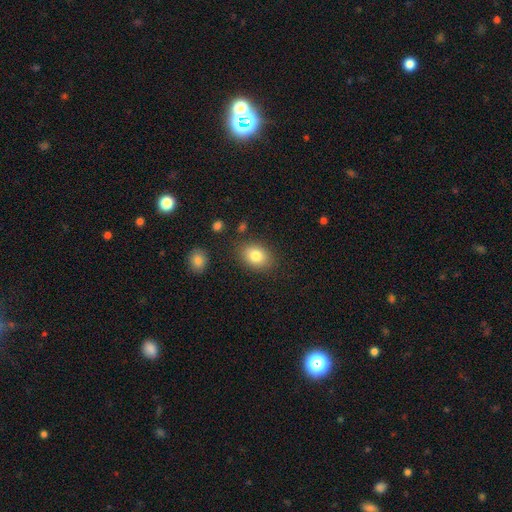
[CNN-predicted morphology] Overall: smooth (81%). How rounded: in between (66%; round 33%). Merging: none (83%).